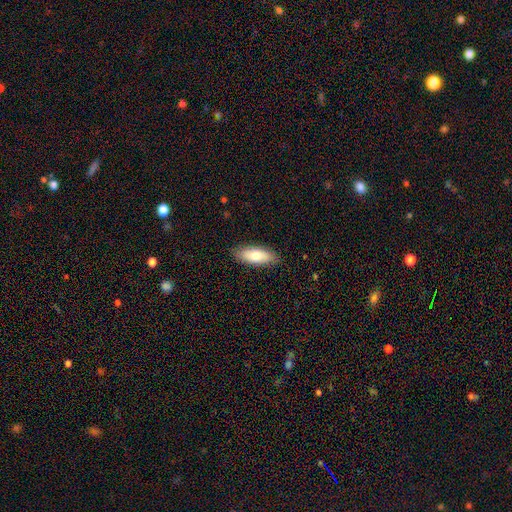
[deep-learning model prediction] smooth 74%, featured or disk 20%, star or artifact 6%. Down the decision tree: how rounded — in between (75%); merging — none (86%).